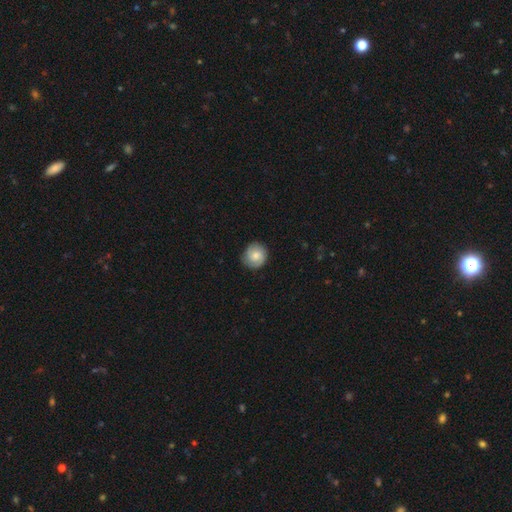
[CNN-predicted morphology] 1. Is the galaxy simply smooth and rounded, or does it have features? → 60% smooth, 33% featured or disk, 7% star or artifact.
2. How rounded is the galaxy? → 88% round, 11% in between, 1% cigar-shaped.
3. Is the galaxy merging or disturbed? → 84% none, 12% minor disturbance, 3% major disturbance, 1% merger.